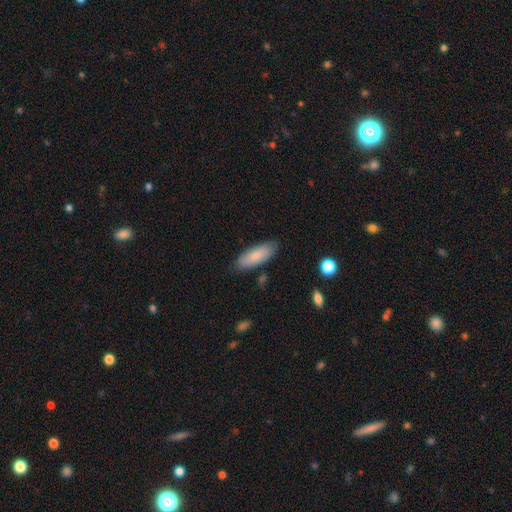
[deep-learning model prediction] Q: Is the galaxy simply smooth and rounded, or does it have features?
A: smooth — 80%.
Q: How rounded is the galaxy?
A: in between — 68%.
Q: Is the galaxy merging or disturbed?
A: none — 83%.